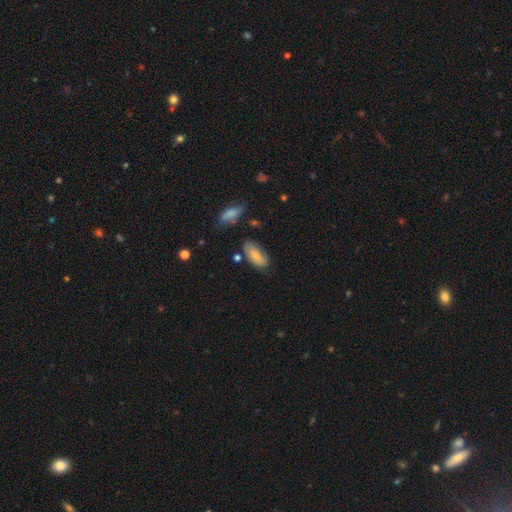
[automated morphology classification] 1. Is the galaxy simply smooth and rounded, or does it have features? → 77% smooth, 16% featured or disk, 7% star or artifact.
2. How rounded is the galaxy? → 89% in between, 8% cigar-shaped, 3% round.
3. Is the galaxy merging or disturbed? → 65% none, 24% minor disturbance, 6% major disturbance, 5% merger.